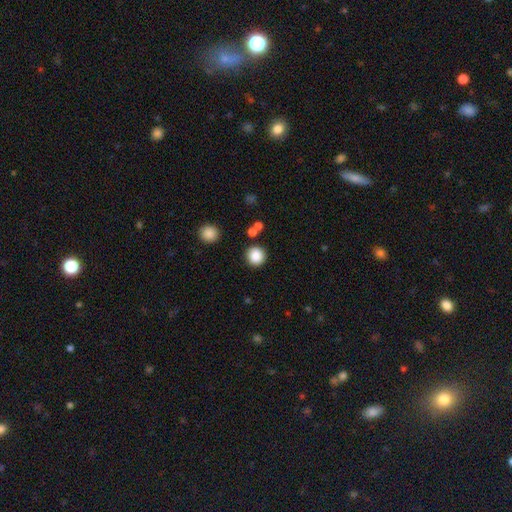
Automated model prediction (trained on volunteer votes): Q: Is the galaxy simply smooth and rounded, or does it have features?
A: smooth — 86%.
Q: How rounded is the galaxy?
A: round — 93%.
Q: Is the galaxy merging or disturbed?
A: none — 85%.